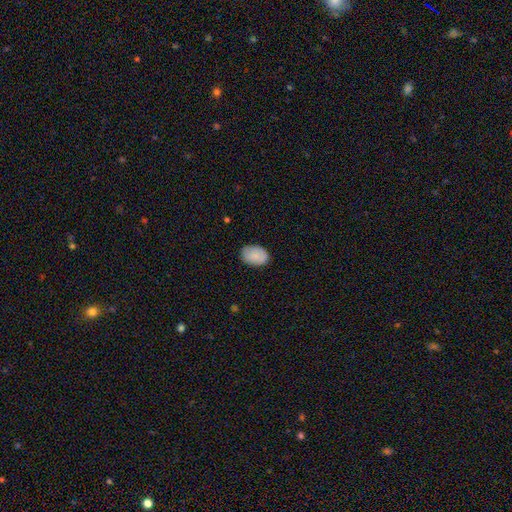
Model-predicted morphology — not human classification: Smooth or featured?
  - smooth: 86% *
  - featured or disk: 7%
  - star or artifact: 7%
How rounded?
  - in between: 83% *
  - round: 16%
  - cigar-shaped: 1%
Merging?
  - none: 80% *
  - minor disturbance: 16%
  - major disturbance: 3%
  - merger: 1%